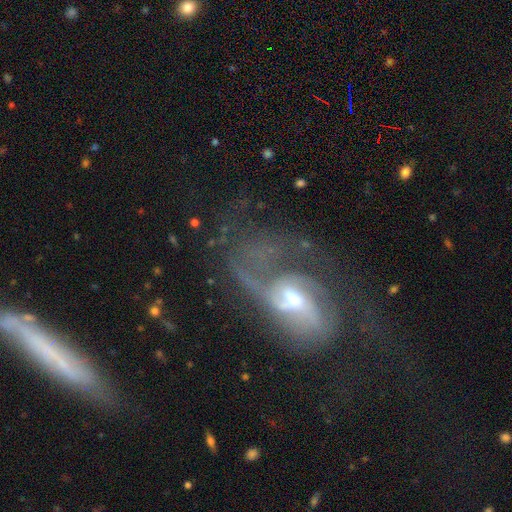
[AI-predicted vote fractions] smooth-or-featured: featured or disk: 83% | smooth: 9% | star or artifact: 8%
  disk-edge-on: no: 95% | yes: 5%
    bar: no: 48% | weak: 37% | strong: 15%
    has-spiral-arms: yes: 91% | no: 9%
      spiral-winding: medium: 44% | loose: 30% | tight: 25%
      spiral-arm-count: 2: 48% | 1: 22% | can't tell: 16% | 3: 7% | 4: 3% | more than 4: 3%
    bulge-size: moderate: 61% | small: 26% | large: 8% | none: 2% | dominant: 2%
  merging: none: 40% | major disturbance: 37% | minor disturbance: 17% | merger: 6%